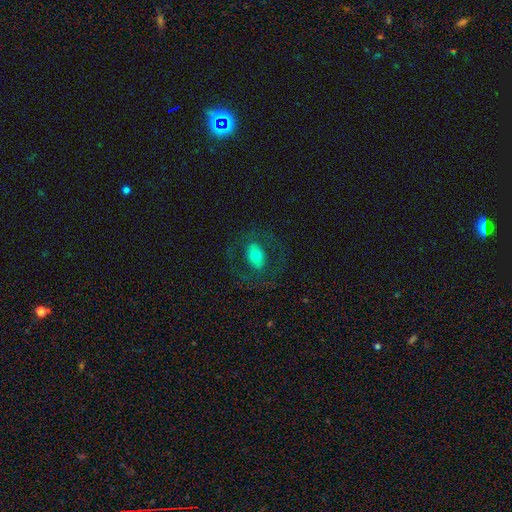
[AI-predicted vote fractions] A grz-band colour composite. It shows a smooth galaxy with no disk features (35%). Merging: none (81%).